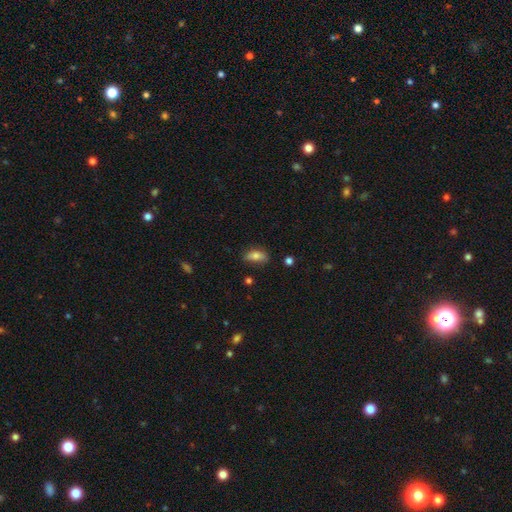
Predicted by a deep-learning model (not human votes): Overall: smooth (76%). How rounded: in between (82%). Merging: none (74%).